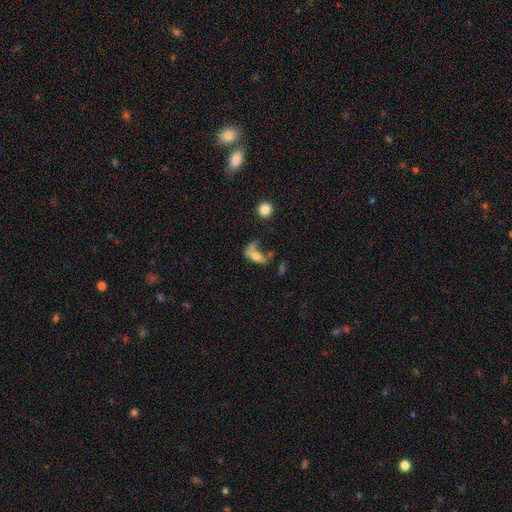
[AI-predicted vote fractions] Smooth or featured? Predicted: smooth (p=0.54). How rounded? Predicted: in between (p=0.72). Merging? Predicted: major disturbance (p=0.41).